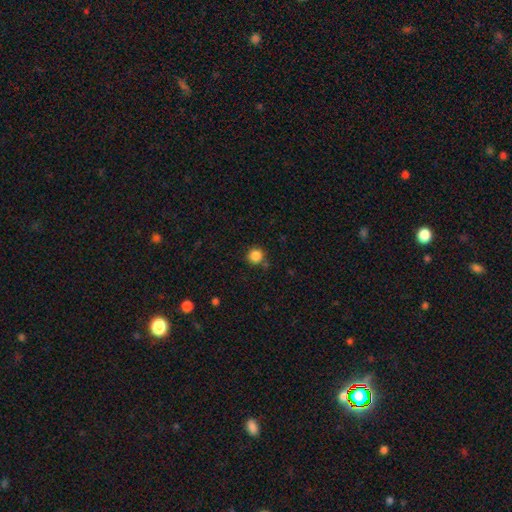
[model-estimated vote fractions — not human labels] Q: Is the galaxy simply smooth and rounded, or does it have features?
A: smooth — 86%.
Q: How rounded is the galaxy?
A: round — 94%.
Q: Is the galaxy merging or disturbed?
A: none — 83%.